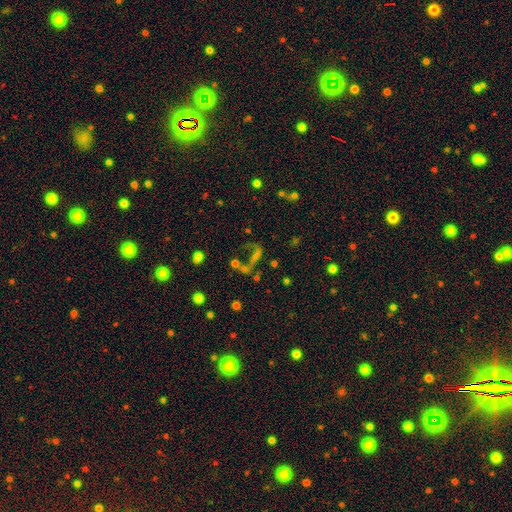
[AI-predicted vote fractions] Smooth or featured? star or artifact (38%)